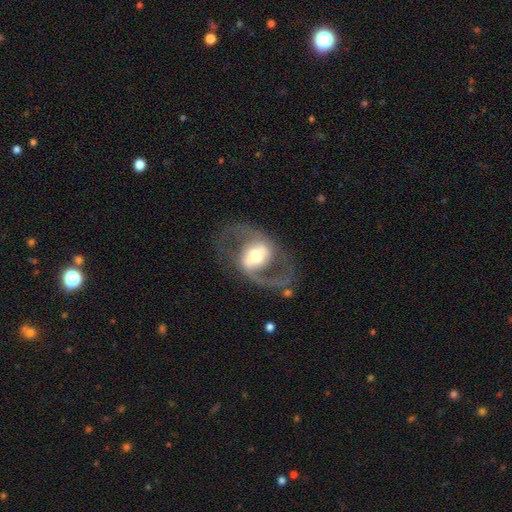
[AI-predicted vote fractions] smooth_or_featured: featured or disk (p=0.83) [alt: smooth p=0.12]
disk_edge_on: no (p=0.95) [alt: yes p=0.05]
bar: strong (p=0.40) [alt: weak p=0.36]
has_spiral_arms: yes (p=0.81) [alt: no p=0.19]
spiral_winding: medium (p=0.53) [alt: loose p=0.34]
spiral_arm_count: 2 (p=0.90) [alt: can't tell p=0.04]
bulge_size: moderate (p=0.57) [alt: large p=0.27]
merging: none (p=0.70) [alt: major disturbance p=0.15]